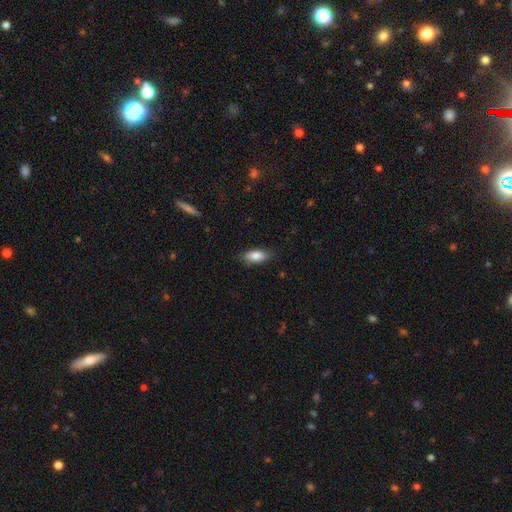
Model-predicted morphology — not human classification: A smooth galaxy with no disk features (82%) that is in between round and cigar-shaped (86%). Merging: none (82%).